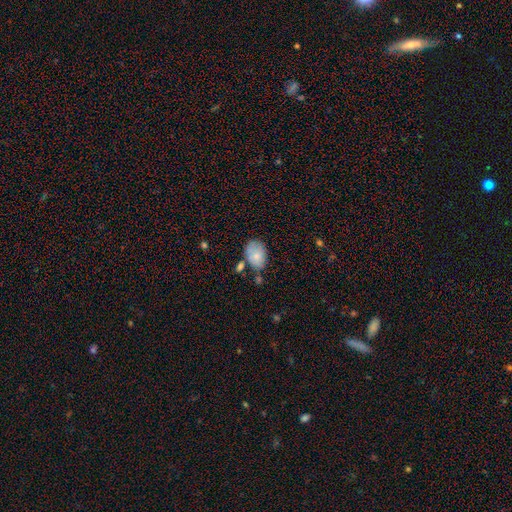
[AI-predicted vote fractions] A smooth galaxy with no disk features (76%) that is in between round and cigar-shaped (84%).

Vote fractions:
- Smooth or featured? smooth: 76% / featured or disk: 16% / star or artifact: 7%
- How rounded? in between: 84% / round: 15% / cigar-shaped: 1%
- Merging? none: 53% / minor disturbance: 27% / merger: 12% / major disturbance: 7%